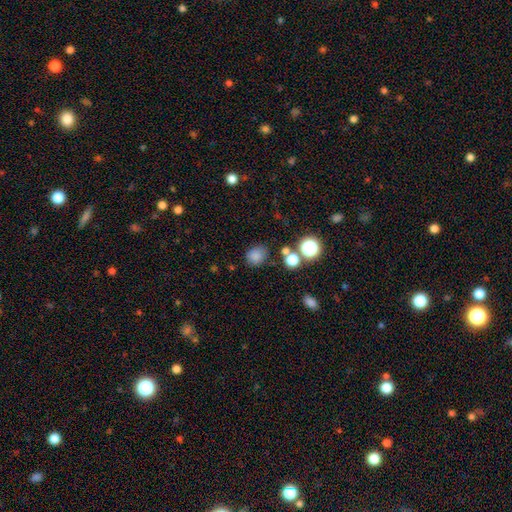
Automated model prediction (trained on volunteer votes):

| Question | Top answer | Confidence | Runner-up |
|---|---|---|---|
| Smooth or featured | smooth | 79% | star or artifact (15%) |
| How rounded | round | 66% | in between (33%) |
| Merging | none | 75% | minor disturbance (14%) |